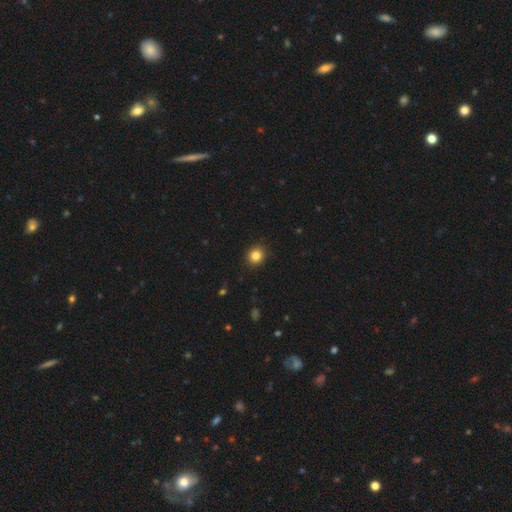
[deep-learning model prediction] Overall: smooth (84%). How rounded: round (81%). Merging: none (91%).